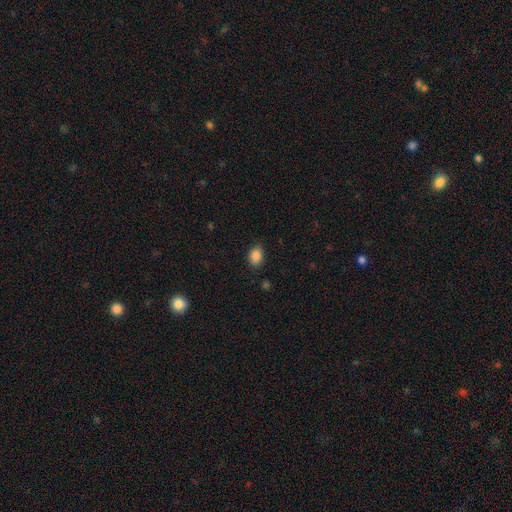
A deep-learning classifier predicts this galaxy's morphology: smooth-or-featured: smooth: 87% | star or artifact: 9% | featured or disk: 4%
  how-rounded: in between: 65% | round: 34% | cigar-shaped: 1%
  merging: none: 81% | minor disturbance: 14% | major disturbance: 3% | merger: 1%